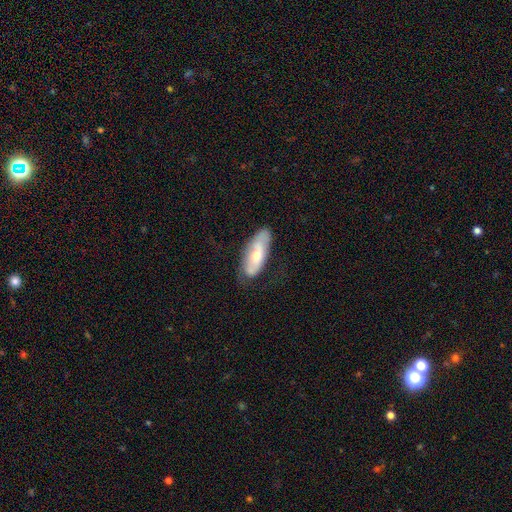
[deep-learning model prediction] Overall: smooth (54%; featured or disk 40%). How rounded: in between (74%). Merging: none (63%; minor disturbance 27%).